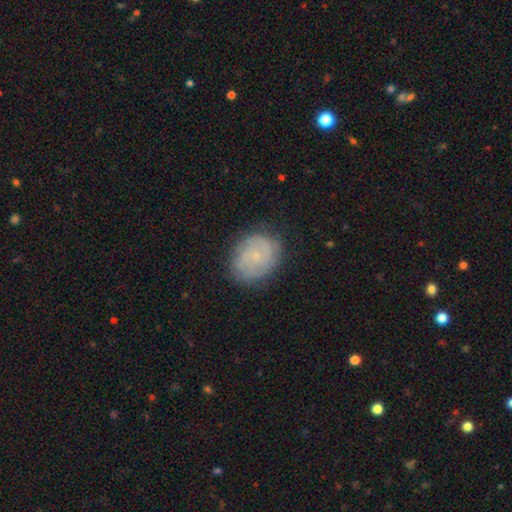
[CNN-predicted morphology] This appears to be a featured or disk galaxy (52%) with no bar (79%), spiral arms (78%) and a small central bulge (78%). Merging: none (77%).